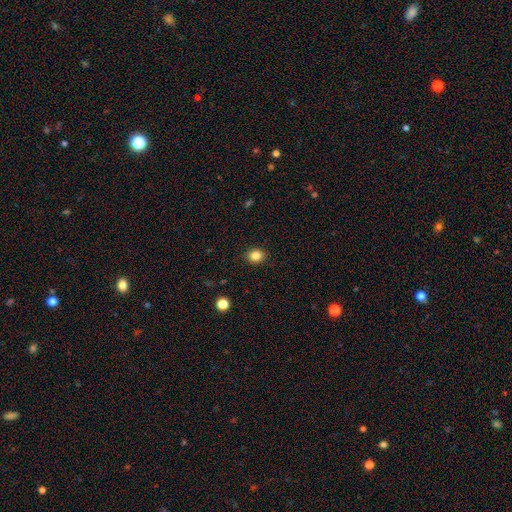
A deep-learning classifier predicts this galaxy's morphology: smooth-or-featured: smooth: 84% | star or artifact: 11% | featured or disk: 5%
  how-rounded: round: 64% | in between: 35% | cigar-shaped: 1%
  merging: none: 90% | minor disturbance: 7% | major disturbance: 2% | merger: 1%